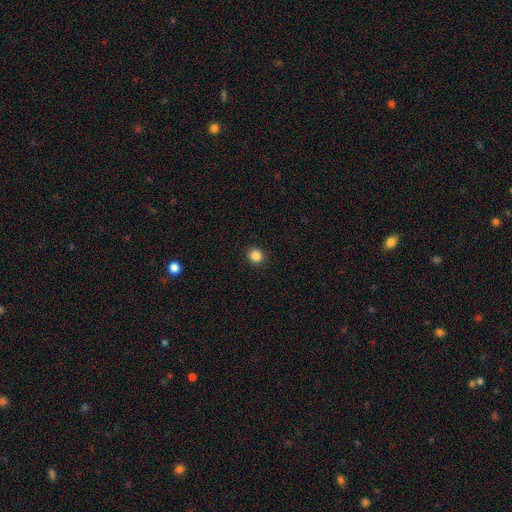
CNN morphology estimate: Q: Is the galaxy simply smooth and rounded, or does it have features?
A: smooth — 86%.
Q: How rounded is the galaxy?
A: round — 88%.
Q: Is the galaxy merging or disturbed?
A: none — 92%.